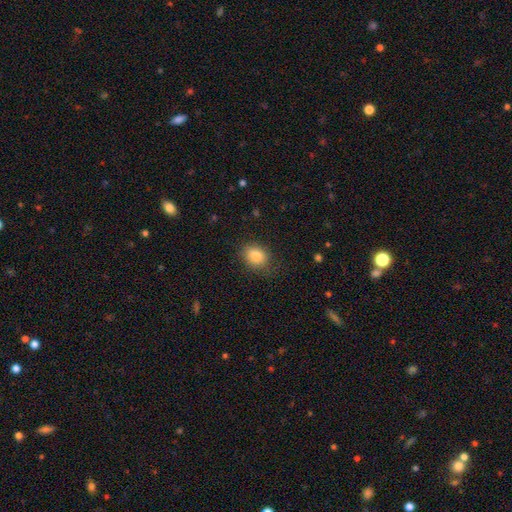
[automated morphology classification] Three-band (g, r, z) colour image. It shows a smooth galaxy with no disk features (84%) that is in between round and cigar-shaped (56%). Merging: none (77%).